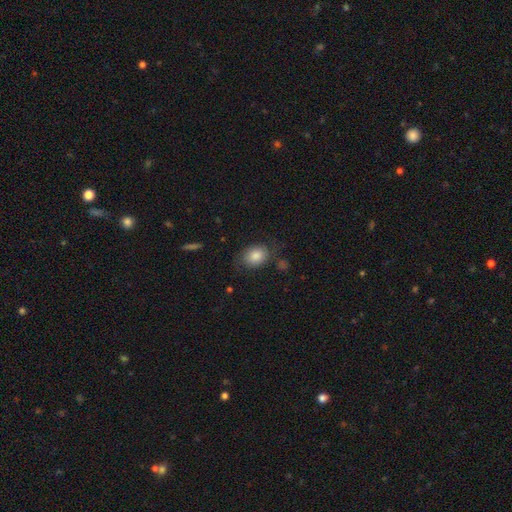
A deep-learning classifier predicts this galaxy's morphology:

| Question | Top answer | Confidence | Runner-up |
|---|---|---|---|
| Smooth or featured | smooth | 82% | featured or disk (10%) |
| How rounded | in between | 66% | round (32%) |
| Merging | none | 68% | minor disturbance (21%) |